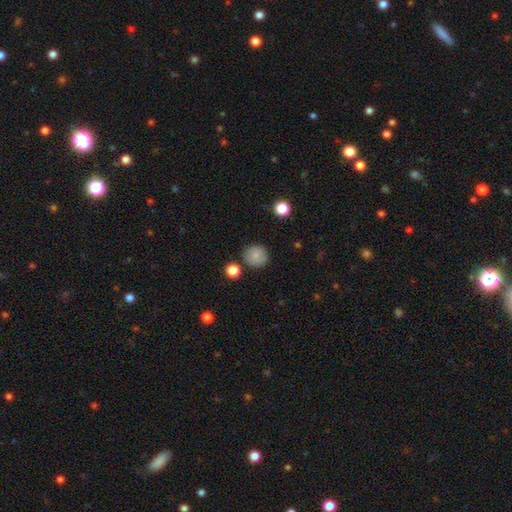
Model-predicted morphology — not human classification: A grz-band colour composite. It shows a smooth galaxy with no disk features (83%) that is round (92%). Merging: none (84%).